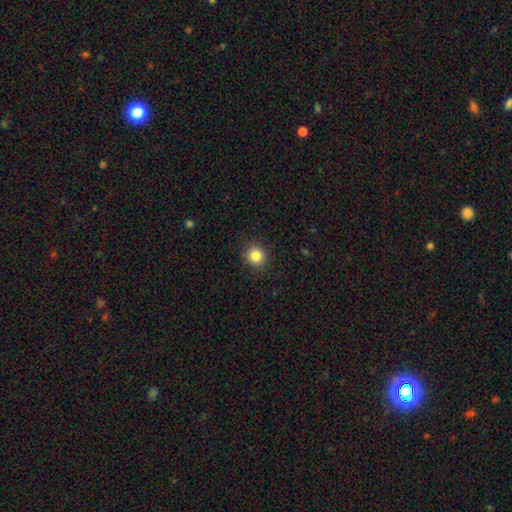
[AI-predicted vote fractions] Smooth or featured? smooth (85%)
How rounded? round (89%)
Merging? none (91%)